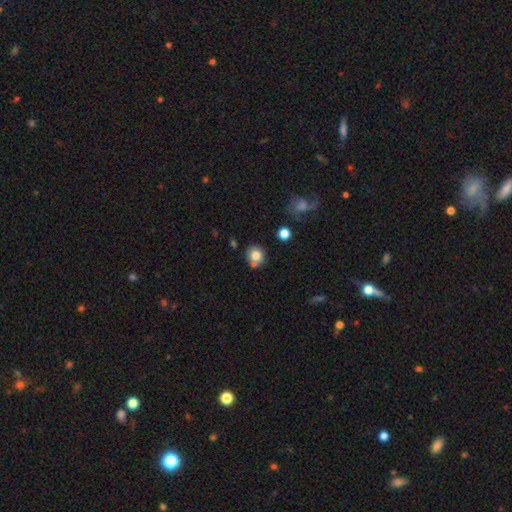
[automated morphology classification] Smooth or featured: smooth — 81% (star or artifact — 10%)
How rounded: round — 87% (in between — 12%)
Merging: none — 68% (merger — 16%)